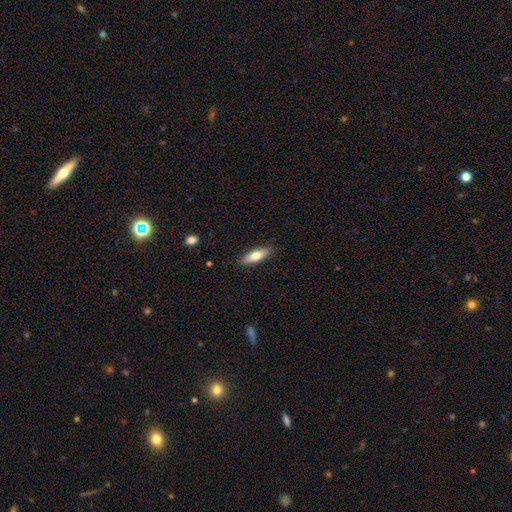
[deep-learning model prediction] Smooth or featured: smooth — 66% (featured or disk — 28%)
How rounded: cigar-shaped — 51% (in between — 47%)
Merging: none — 88% (minor disturbance — 9%)